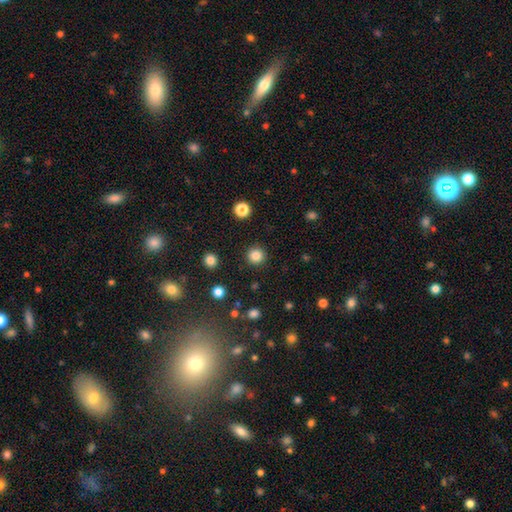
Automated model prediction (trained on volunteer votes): This appears to be a smooth galaxy with no disk features (84%) that is round (95%). Merging: none (92%).